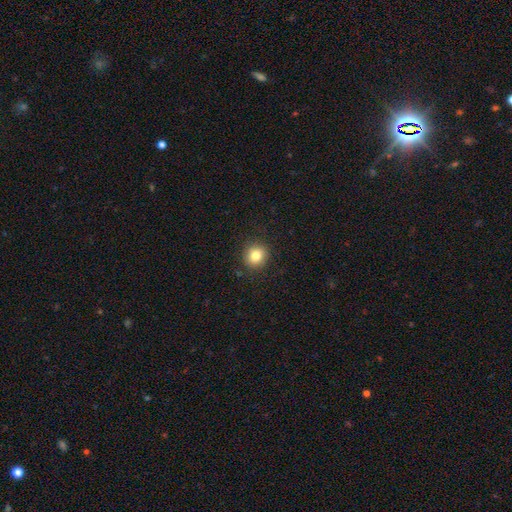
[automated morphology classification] type=smooth (82%); roundness=round (86%); merging=none (90%).